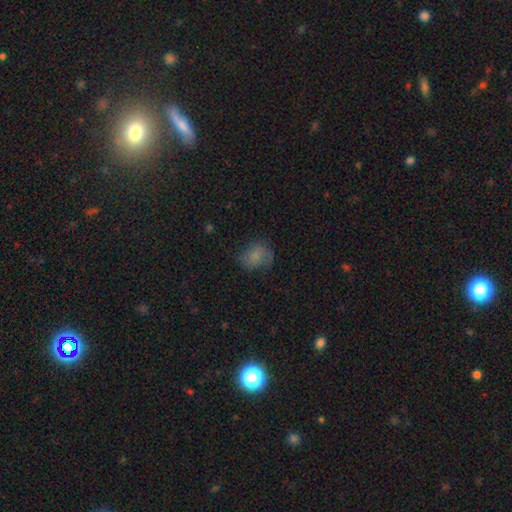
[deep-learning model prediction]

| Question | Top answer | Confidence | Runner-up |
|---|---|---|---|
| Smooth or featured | smooth | 75% | featured or disk (13%) |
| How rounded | in between | 52% | round (47%) |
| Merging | none | 63% | minor disturbance (25%) |